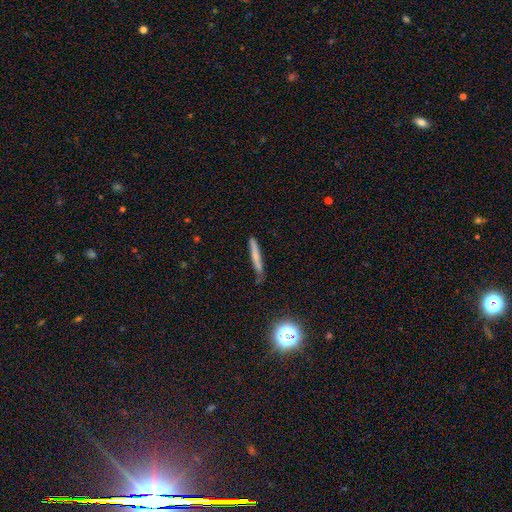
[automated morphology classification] smooth_or_featured: smooth (p=0.63) [alt: featured or disk p=0.27]
how_rounded: cigar-shaped (p=0.94) [alt: in between p=0.04]
merging: none (p=0.76) [alt: minor disturbance p=0.18]